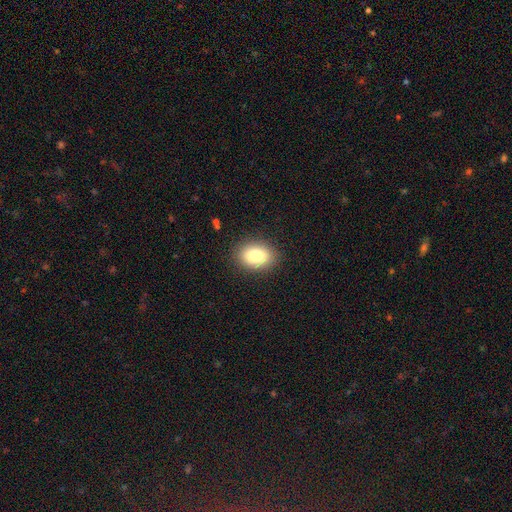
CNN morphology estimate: Smooth or featured? smooth (82%)
How rounded? in between (77%)
Merging? none (87%)